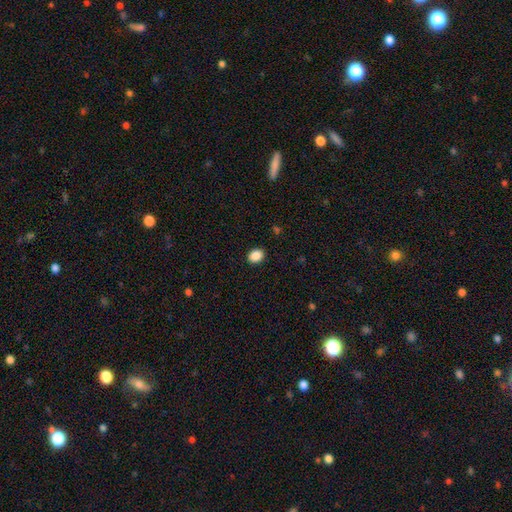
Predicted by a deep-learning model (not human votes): The model was most divided on "how rounded": in between: 54%, round: 45%, cigar-shaped: 1%. More confident: merging — none (91%); smooth or featured — smooth (88%).